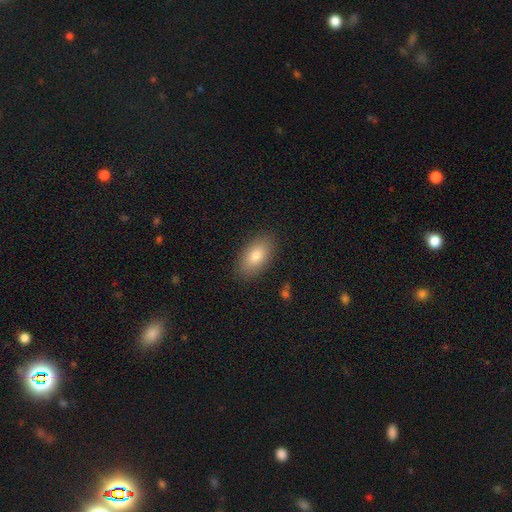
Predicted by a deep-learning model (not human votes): Smooth or featured: smooth — 83% (featured or disk — 10%)
How rounded: in between — 92% (round — 4%)
Merging: none — 87% (minor disturbance — 9%)